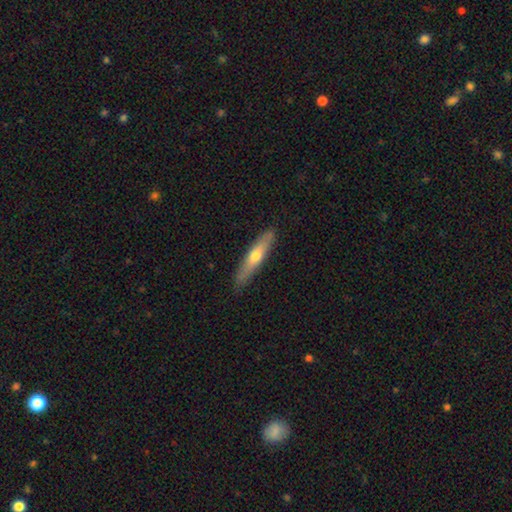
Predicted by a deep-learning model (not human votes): Overall: smooth (54%; featured or disk 41%). How rounded: cigar-shaped (84%). Merging: none (85%).